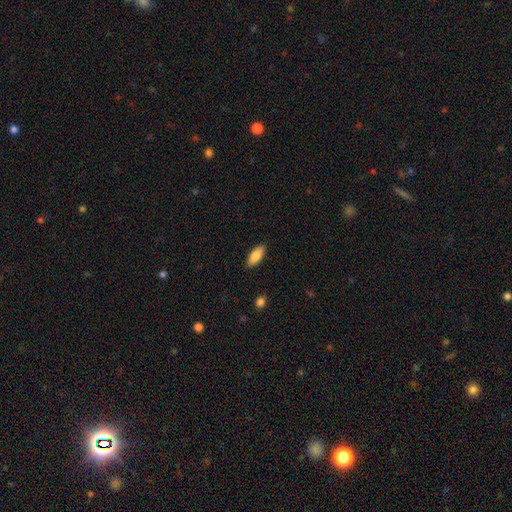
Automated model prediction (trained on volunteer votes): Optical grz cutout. It shows a smooth galaxy with no disk features (85%) that is in between round and cigar-shaped (80%). Merging: none (88%).